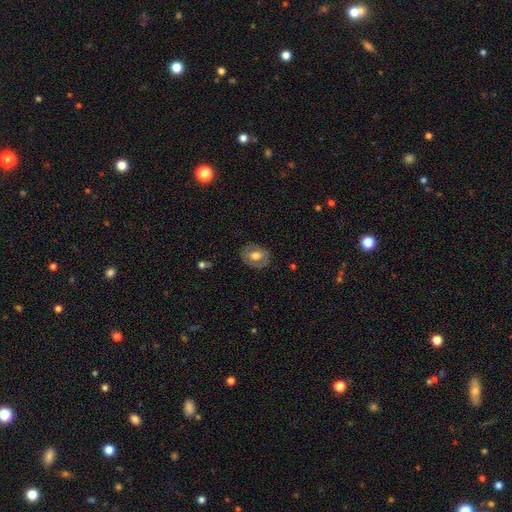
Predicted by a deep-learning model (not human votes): Q: Smooth or featured?
A: smooth (59%); runner-up: featured or disk (34%)
Q: How rounded?
A: in between (61%); runner-up: round (38%)
Q: Merging?
A: none (82%); runner-up: minor disturbance (13%)